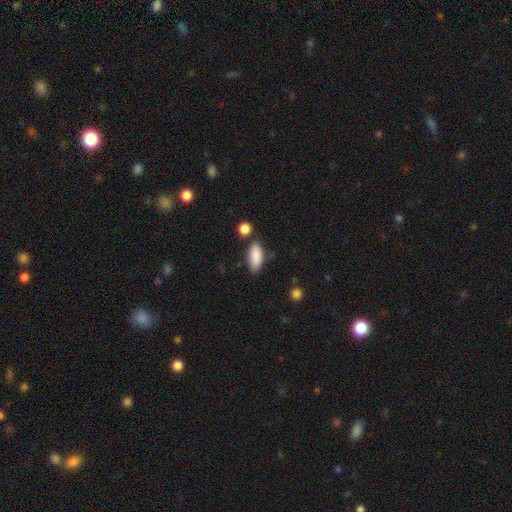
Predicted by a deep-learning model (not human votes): Morphology: type=smooth (88%); roundness=in between (84%); merging=none (75%).